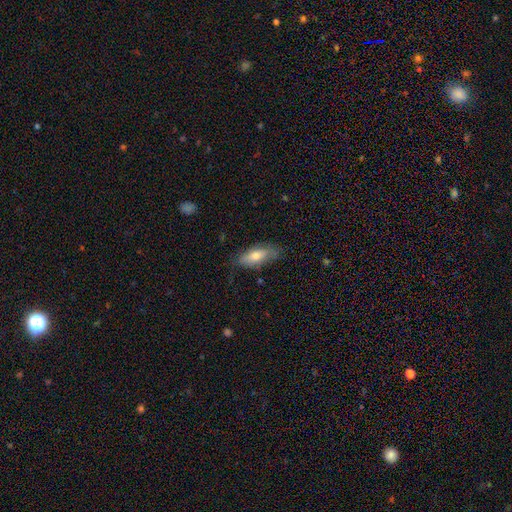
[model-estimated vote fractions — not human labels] Smooth or featured? Predicted: smooth (p=0.66). How rounded? Predicted: in between (p=0.73). Merging? Predicted: none (p=0.71).